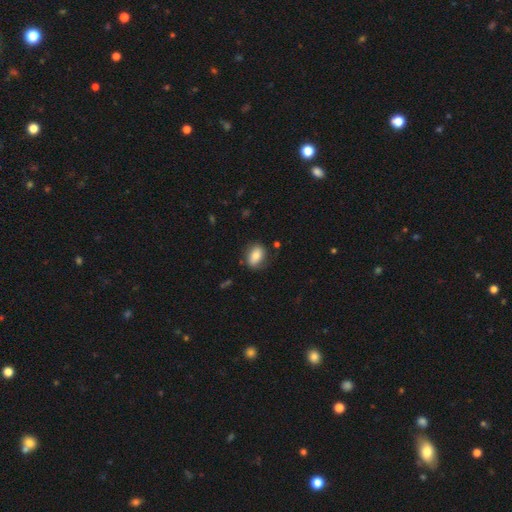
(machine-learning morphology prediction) smooth-or-featured: smooth: 80% | featured or disk: 12% | star or artifact: 7%
  how-rounded: in between: 82% | round: 16% | cigar-shaped: 3%
  merging: none: 76% | minor disturbance: 18% | major disturbance: 5% | merger: 2%